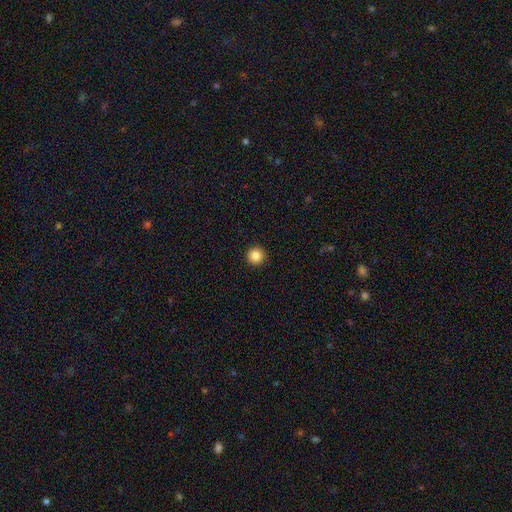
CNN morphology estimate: type=smooth (86%); roundness=round (96%); merging=none (94%).